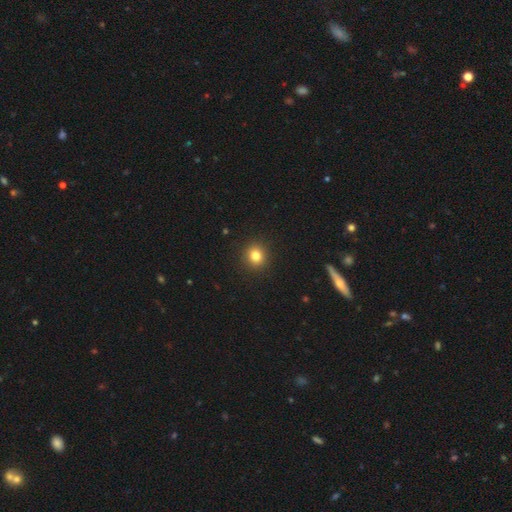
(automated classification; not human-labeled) Overall: smooth (81%). How rounded: round (89%). Merging: none (91%).